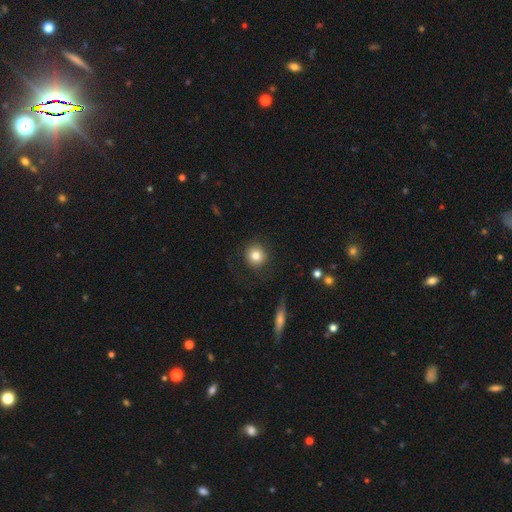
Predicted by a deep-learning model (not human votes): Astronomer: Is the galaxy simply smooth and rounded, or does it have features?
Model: smooth — 82%.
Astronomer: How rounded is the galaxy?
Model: round — 92%.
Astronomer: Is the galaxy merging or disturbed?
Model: none — 85%.